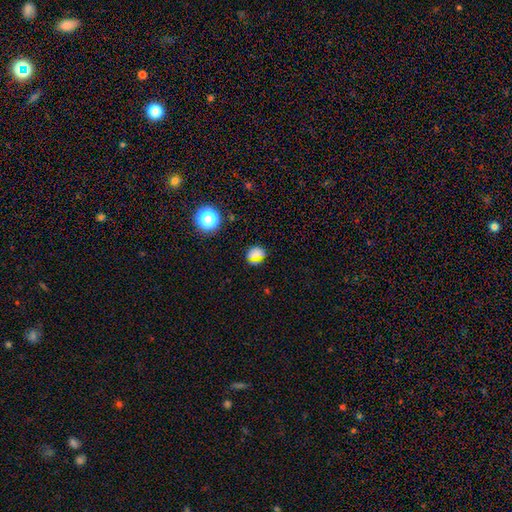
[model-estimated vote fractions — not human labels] Morphology: type=smooth (62%); roundness=round (73%); merging=none (83%).